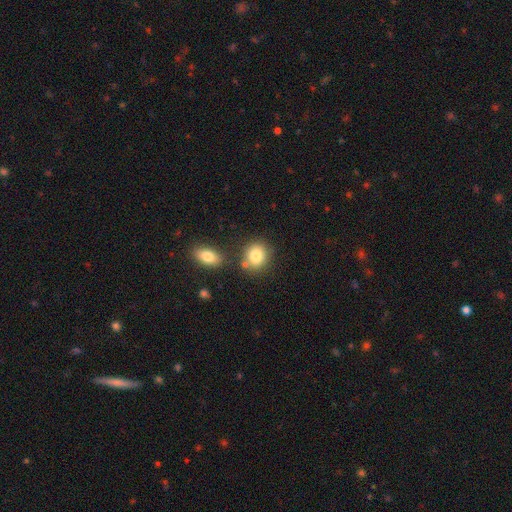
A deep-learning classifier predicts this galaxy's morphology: Smooth or featured?
  - smooth: 83% *
  - star or artifact: 9%
  - featured or disk: 8%
How rounded?
  - round: 69% *
  - in between: 30%
  - cigar-shaped: 1%
Merging?
  - none: 67% *
  - merger: 18%
  - minor disturbance: 11%
  - major disturbance: 3%